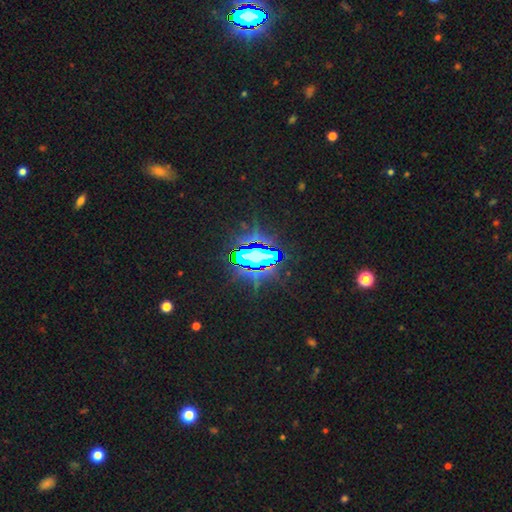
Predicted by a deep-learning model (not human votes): smooth_or_featured: star or artifact (p=0.82) [alt: smooth p=0.10]